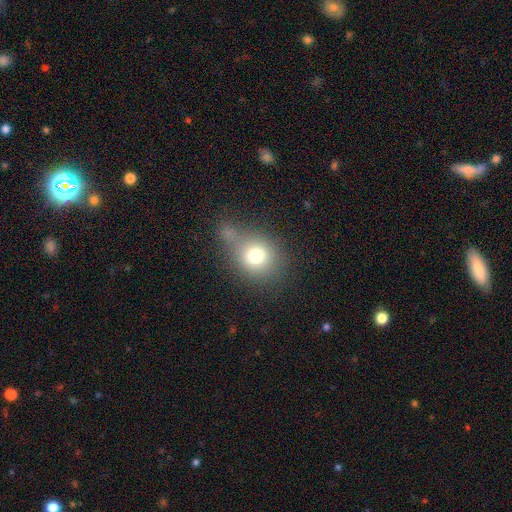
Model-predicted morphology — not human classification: Q: Smooth or featured?
A: smooth (75%); runner-up: featured or disk (13%)
Q: How rounded?
A: round (69%); runner-up: in between (30%)
Q: Merging?
A: none (44%); runner-up: minor disturbance (22%)